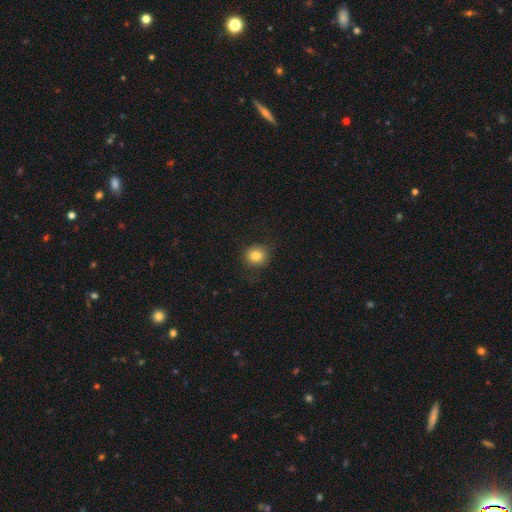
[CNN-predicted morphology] This appears to be a smooth galaxy with no disk features (82%) that is round (88%). Merging: none (87%).